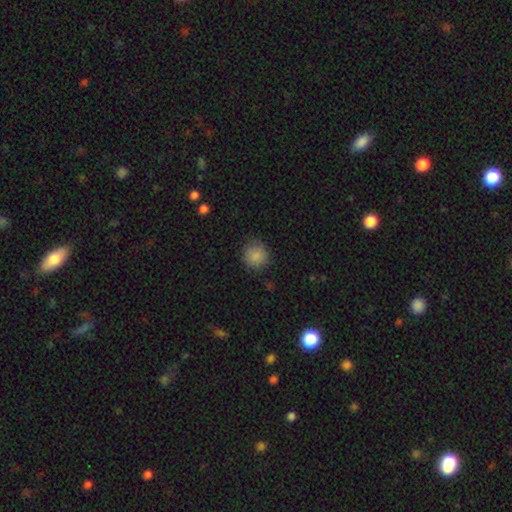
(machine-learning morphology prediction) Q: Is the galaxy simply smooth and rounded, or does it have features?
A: smooth — 86%.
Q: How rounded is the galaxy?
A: round — 88%.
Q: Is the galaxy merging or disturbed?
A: none — 80%.